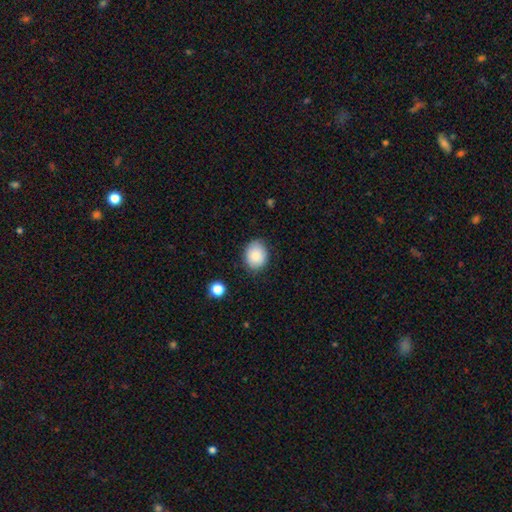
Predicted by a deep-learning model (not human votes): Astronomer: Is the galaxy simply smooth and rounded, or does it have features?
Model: smooth — 85%.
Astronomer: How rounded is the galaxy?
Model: round — 54% (runner-up: in between, 45%).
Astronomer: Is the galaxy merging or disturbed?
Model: none — 80%.